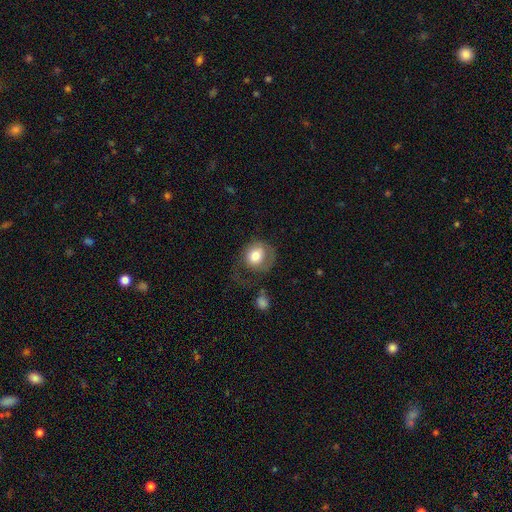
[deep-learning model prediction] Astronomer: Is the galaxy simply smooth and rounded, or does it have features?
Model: smooth — 66%.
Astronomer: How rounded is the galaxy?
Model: round — 69%.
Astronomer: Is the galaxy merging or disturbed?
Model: major disturbance — 39% (runner-up: none, 35%).